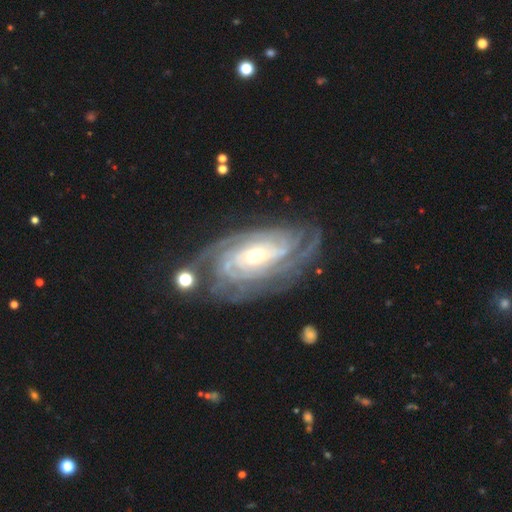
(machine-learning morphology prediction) smooth_or_featured: featured or disk (p=0.90) [alt: smooth p=0.05]
disk_edge_on: no (p=0.95) [alt: yes p=0.05]
bar: no (p=0.58) [alt: weak p=0.27]
has_spiral_arms: yes (p=0.98) [alt: no p=0.02]
spiral_winding: tight (p=0.78) [alt: medium p=0.19]
spiral_arm_count: can't tell (p=0.25) [alt: 4 p=0.24]
bulge_size: moderate (p=0.55) [alt: small p=0.38]
merging: none (p=0.75) [alt: minor disturbance p=0.16]